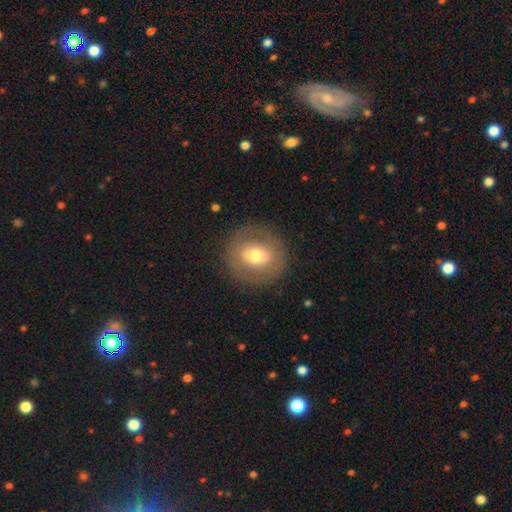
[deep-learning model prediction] This appears to be a smooth galaxy with no disk features (56%) that is round (80%). Merging: none (85%).